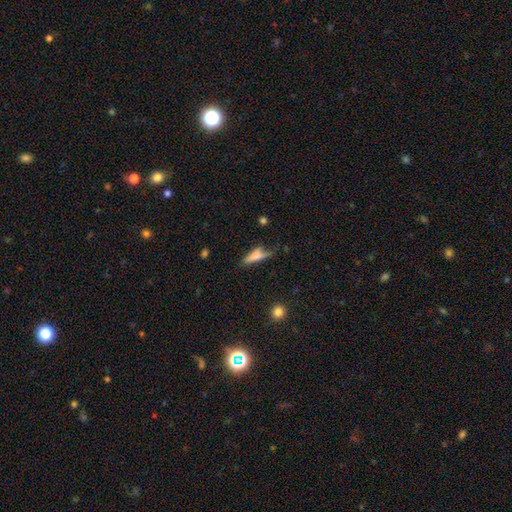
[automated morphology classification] smooth_or_featured: smooth (p=0.66) [alt: featured or disk p=0.26]
how_rounded: cigar-shaped (p=0.59) [alt: in between p=0.38]
merging: none (p=0.46) [alt: minor disturbance p=0.32]